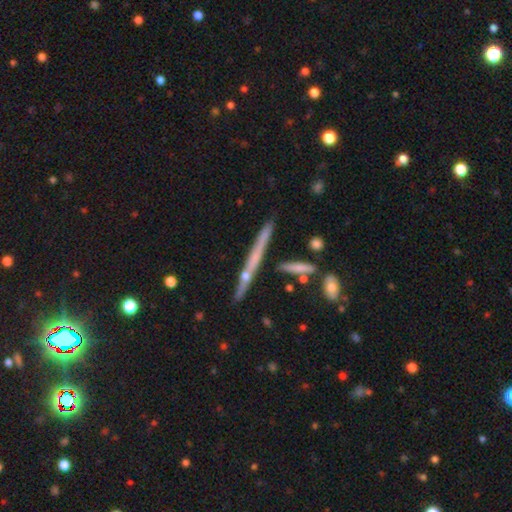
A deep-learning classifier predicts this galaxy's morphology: Smooth or featured: featured or disk — 59% (smooth — 31%)
Edge-on disk: yes — 95% (no — 5%)
Edge-on bulge: none — 70% (rounded — 24%)
Merging: none — 77% (minor disturbance — 11%)